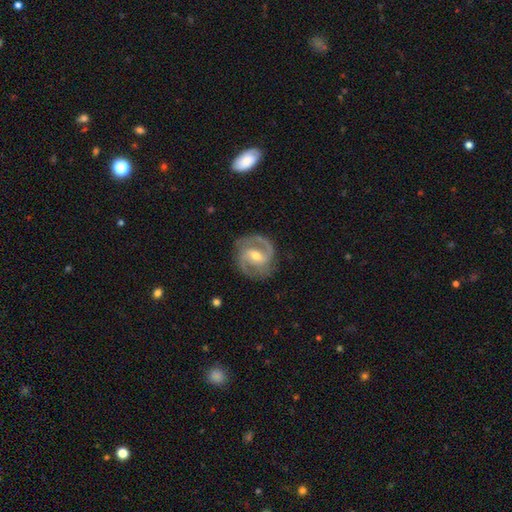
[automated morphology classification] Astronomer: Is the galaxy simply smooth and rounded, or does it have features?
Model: featured or disk — 89%.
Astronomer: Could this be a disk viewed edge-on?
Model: no — 98%.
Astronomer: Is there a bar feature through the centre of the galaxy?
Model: weak — 47% (runner-up: strong, 32%).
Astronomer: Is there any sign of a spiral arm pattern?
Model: yes — 97%.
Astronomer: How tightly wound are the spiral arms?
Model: medium — 54% (runner-up: tight, 33%).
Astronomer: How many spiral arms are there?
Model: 2 — 86%.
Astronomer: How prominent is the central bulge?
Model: moderate — 59% (runner-up: small, 37%).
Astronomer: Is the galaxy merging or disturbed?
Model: none — 81%.